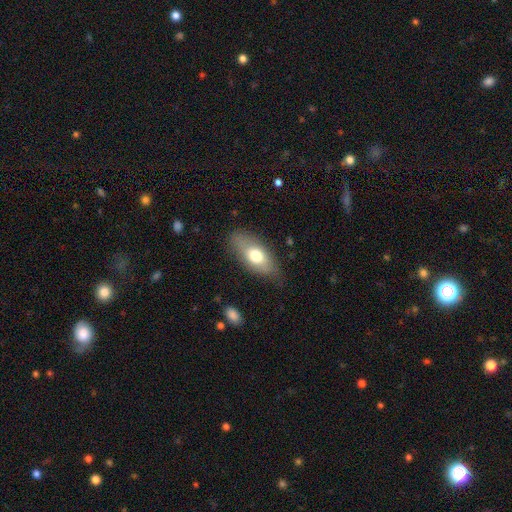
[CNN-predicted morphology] The model was most divided on "smooth or featured": smooth: 67%, featured or disk: 26%, star or artifact: 7%. More confident: how rounded — in between (84%); merging — none (74%).